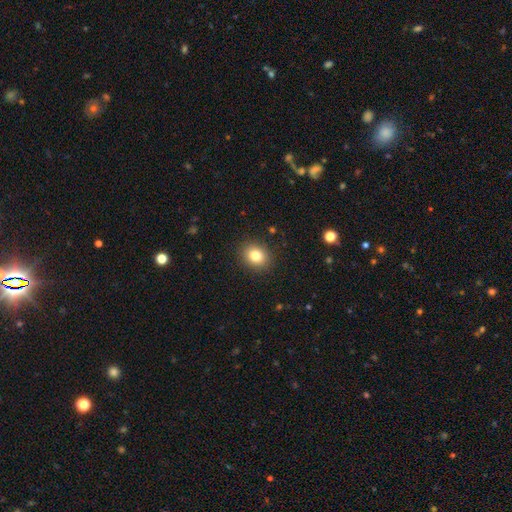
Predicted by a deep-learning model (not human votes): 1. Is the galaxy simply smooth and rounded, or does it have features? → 82% smooth, 11% star or artifact, 8% featured or disk.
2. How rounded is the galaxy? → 60% round, 39% in between, 1% cigar-shaped.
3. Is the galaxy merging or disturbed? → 89% none, 7% minor disturbance, 2% major disturbance, 1% merger.